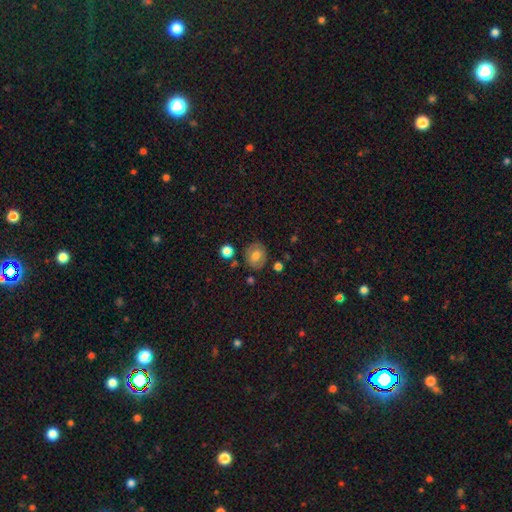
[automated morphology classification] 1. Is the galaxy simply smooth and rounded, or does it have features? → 67% smooth, 23% featured or disk, 10% star or artifact.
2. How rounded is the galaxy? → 61% round, 38% in between, 1% cigar-shaped.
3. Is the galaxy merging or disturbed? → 80% none, 13% minor disturbance, 4% merger, 4% major disturbance.